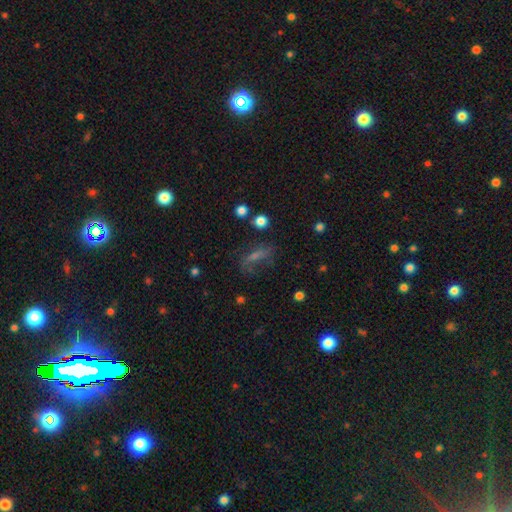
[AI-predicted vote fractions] This is marginally a smooth galaxy (40%). Merging: possibly none (54%).